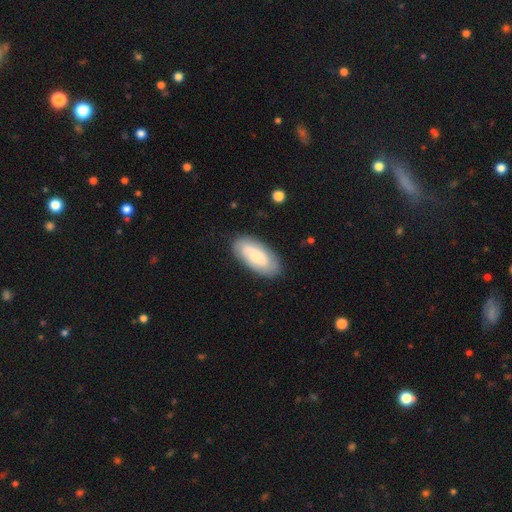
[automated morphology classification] Smooth or featured? Predicted: smooth (p=0.62). How rounded? Predicted: in between (p=0.90). Merging? Predicted: none (p=0.82).